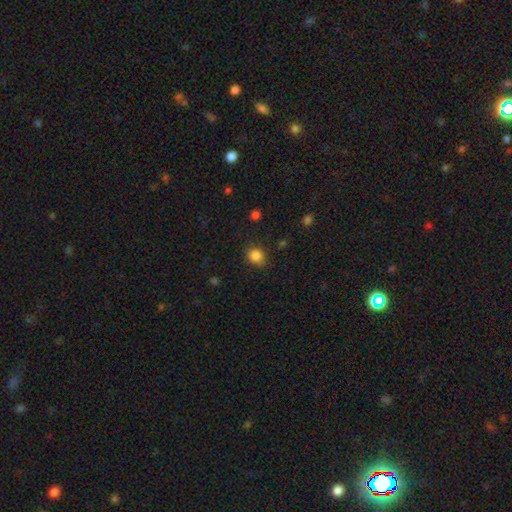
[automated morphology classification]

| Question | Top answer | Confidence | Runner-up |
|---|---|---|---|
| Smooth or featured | smooth | 85% | star or artifact (11%) |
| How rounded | round | 66% | in between (33%) |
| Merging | none | 83% | minor disturbance (13%) |